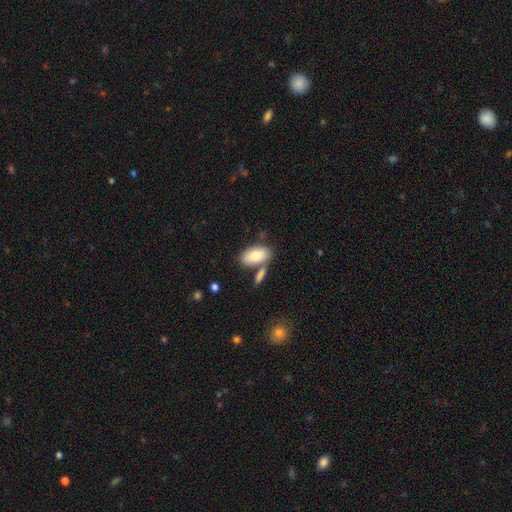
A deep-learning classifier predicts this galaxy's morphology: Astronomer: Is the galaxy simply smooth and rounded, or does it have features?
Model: smooth — 82%.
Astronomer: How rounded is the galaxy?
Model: in between — 94%.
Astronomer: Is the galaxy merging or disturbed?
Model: none — 62%.